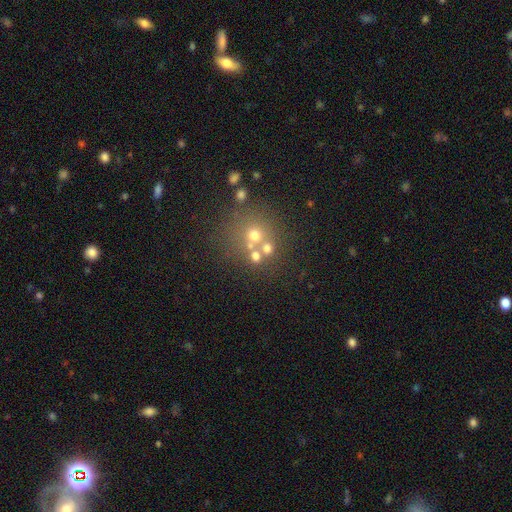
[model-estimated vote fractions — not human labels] smooth-or-featured: smooth: 56% | star or artifact: 23% | featured or disk: 21%
  how-rounded: round: 84% | in between: 15% | cigar-shaped: 1%
  merging: none: 52% | merger: 33% | minor disturbance: 9% | major disturbance: 6%